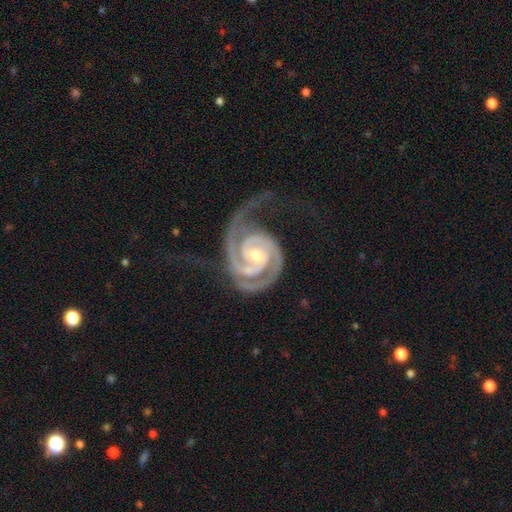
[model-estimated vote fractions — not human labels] A featured or disk galaxy (94%) with no bar (52%), 2 (78%) tight (65%) spiral arms (99%) and a moderate central bulge (56%). Merging: none (48%).